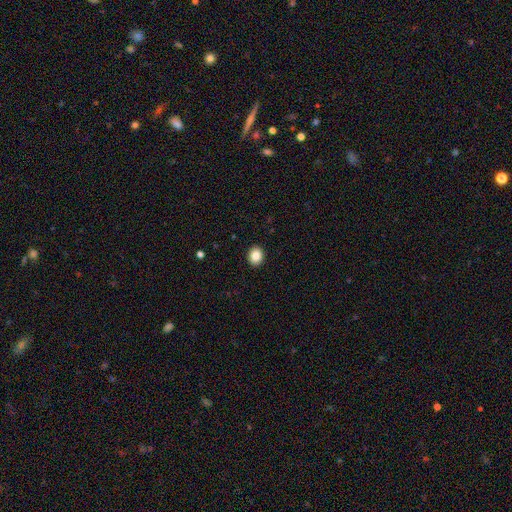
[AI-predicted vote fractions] smooth-or-featured: smooth: 86% | star or artifact: 9% | featured or disk: 5%
  how-rounded: round: 60% | in between: 39% | cigar-shaped: 1%
  merging: none: 92% | minor disturbance: 5% | major disturbance: 2% | merger: 1%